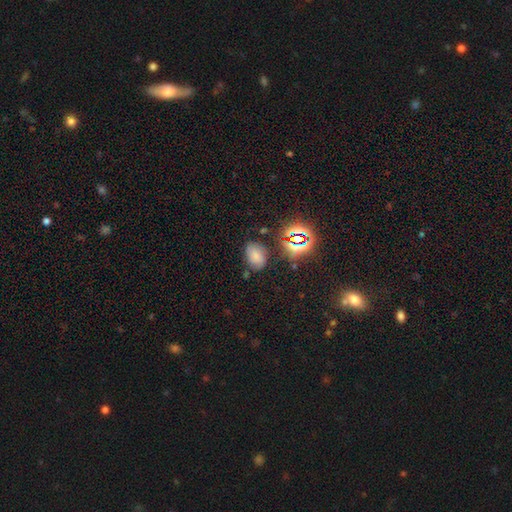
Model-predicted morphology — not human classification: smooth-or-featured: smooth: 64% | star or artifact: 23% | featured or disk: 14%
  how-rounded: in between: 78% | round: 21% | cigar-shaped: 1%
  merging: none: 71% | minor disturbance: 19% | major disturbance: 6% | merger: 4%